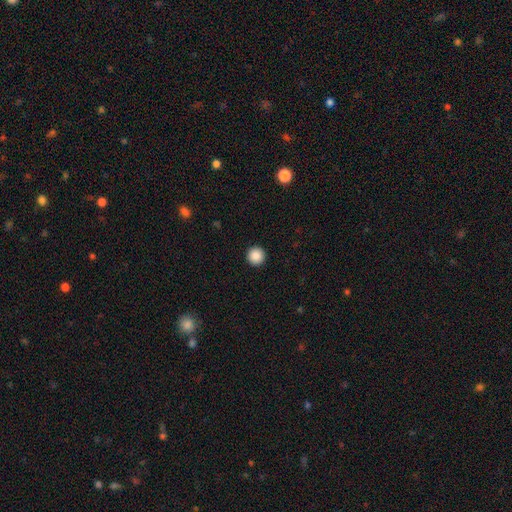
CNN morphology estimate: Smooth or featured: smooth — 89% (star or artifact — 9%)
How rounded: round — 97% (in between — 2%)
Merging: none — 94% (minor disturbance — 4%)